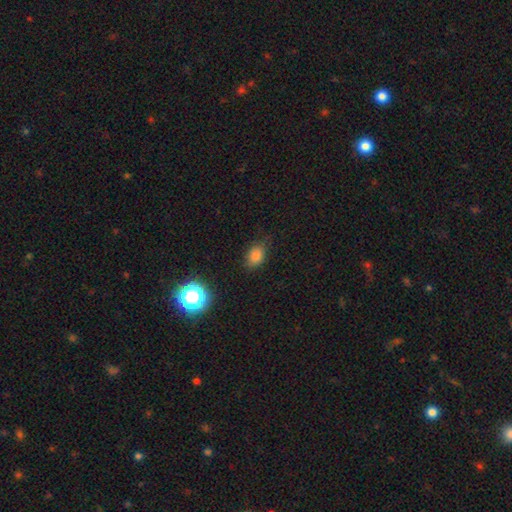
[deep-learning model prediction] Smooth or featured? smooth (78%)
How rounded? in between (72%)
Merging? none (75%)